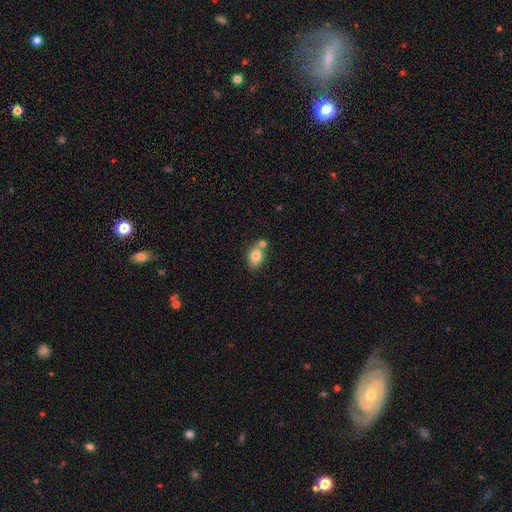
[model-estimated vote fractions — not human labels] Smooth or featured: smooth — 80% (featured or disk — 11%)
How rounded: in between — 64% (round — 35%)
Merging: none — 59% (merger — 24%)